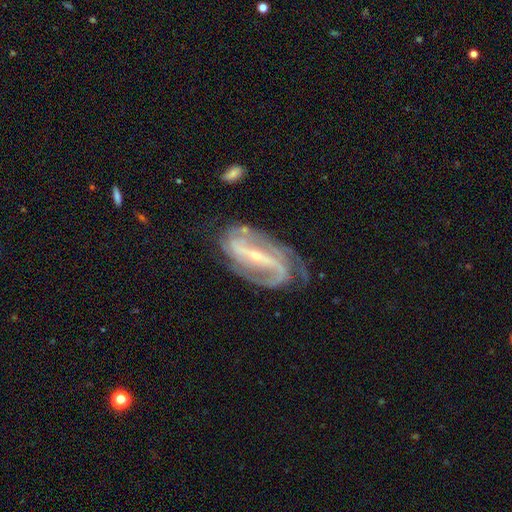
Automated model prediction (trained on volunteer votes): Smooth or featured? Predicted: featured or disk (p=0.91). Edge-on disk? Predicted: no (p=0.95). Bar? Predicted: strong (p=0.72). Spiral arms? Predicted: yes (p=0.97). Spiral winding? Predicted: medium (p=0.46). Spiral arm count? Predicted: 2 (p=0.75). Bulge size? Predicted: small (p=0.76). Merging? Predicted: none (p=0.67).